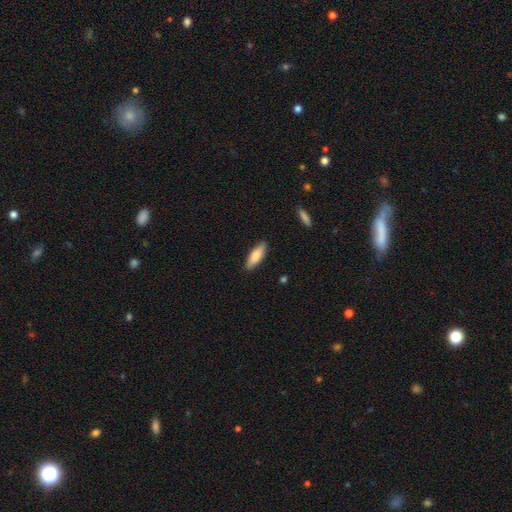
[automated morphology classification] A smooth galaxy with no disk features (80%) that is in between round and cigar-shaped (55%). Merging: none (87%).